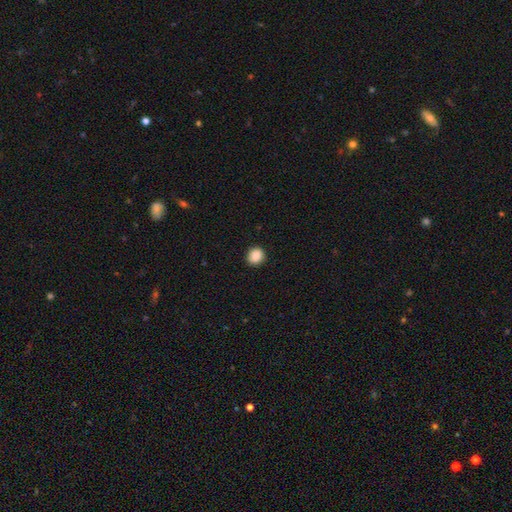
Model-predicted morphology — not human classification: Q: Smooth or featured?
A: smooth (88%); runner-up: star or artifact (9%)
Q: How rounded?
A: round (85%); runner-up: in between (14%)
Q: Merging?
A: none (92%); runner-up: minor disturbance (6%)